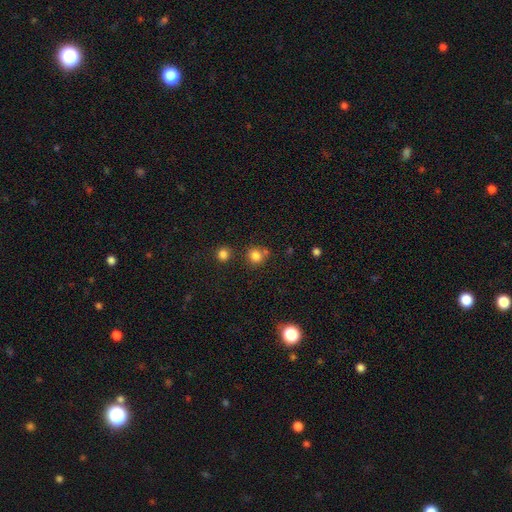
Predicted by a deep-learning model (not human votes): A smooth galaxy with no disk features (81%) that is round (85%).

Vote fractions:
- Smooth or featured? smooth: 81% / star or artifact: 13% / featured or disk: 6%
- How rounded? round: 85% / in between: 14% / cigar-shaped: 1%
- Merging? none: 68% / merger: 16% / minor disturbance: 12% / major disturbance: 4%